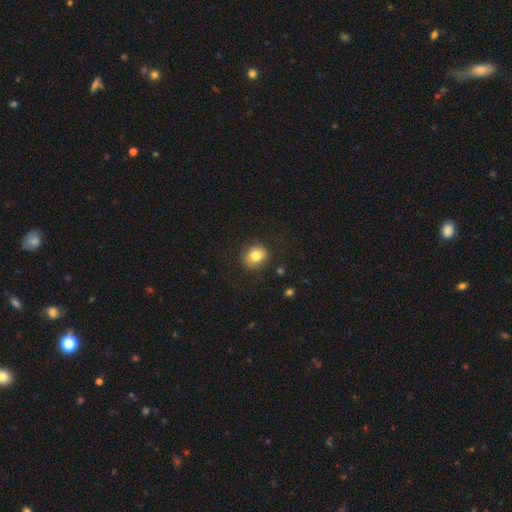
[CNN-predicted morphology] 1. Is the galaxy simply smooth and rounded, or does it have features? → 81% smooth, 10% star or artifact, 9% featured or disk.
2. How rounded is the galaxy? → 64% round, 35% in between, 1% cigar-shaped.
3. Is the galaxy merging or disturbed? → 85% none, 11% minor disturbance, 3% major disturbance, 1% merger.